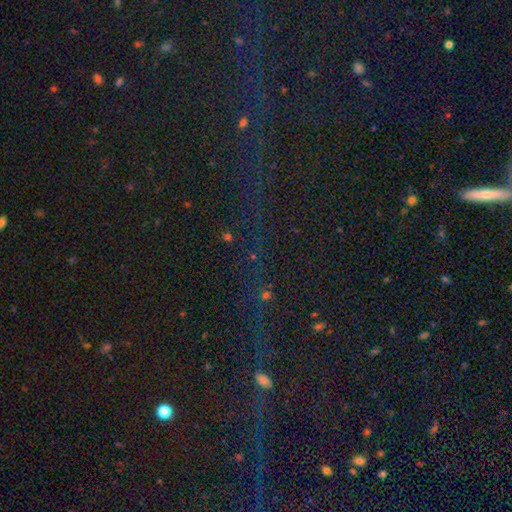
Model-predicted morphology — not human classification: type=star or artifact (78%).